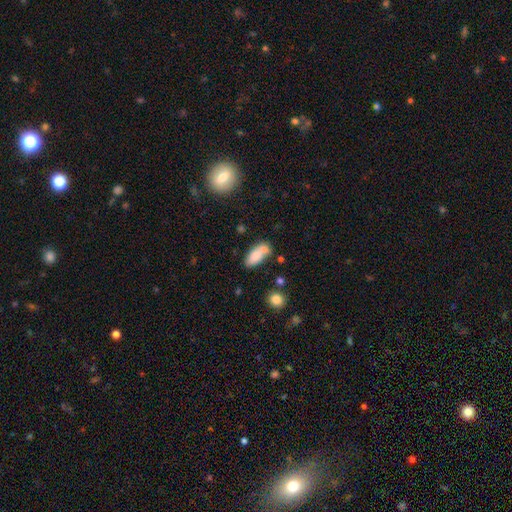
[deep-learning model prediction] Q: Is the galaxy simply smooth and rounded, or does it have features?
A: smooth — 77%.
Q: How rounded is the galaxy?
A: in between — 83%.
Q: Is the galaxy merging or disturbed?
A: none — 43%.